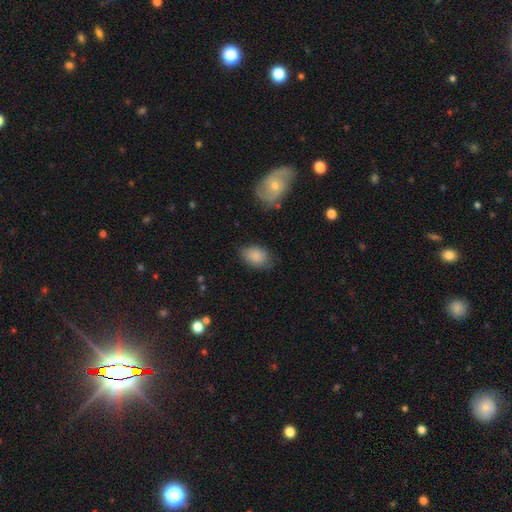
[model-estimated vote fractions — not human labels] smooth 85%, featured or disk 8%, star or artifact 7%. Down the decision tree: how rounded — in between (85%); merging — none (71%).